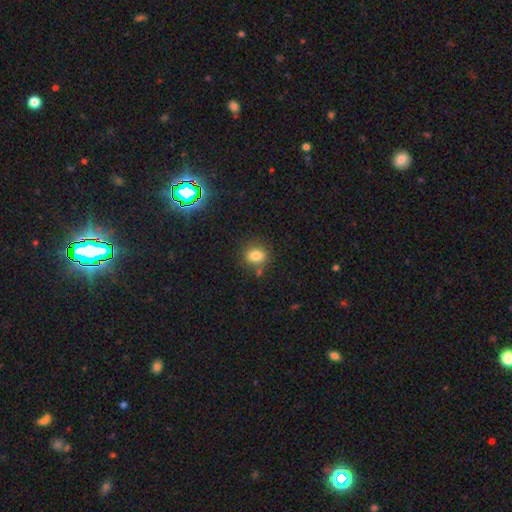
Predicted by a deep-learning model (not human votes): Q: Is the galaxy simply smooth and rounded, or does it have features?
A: smooth — 80%.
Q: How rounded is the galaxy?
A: round — 53%.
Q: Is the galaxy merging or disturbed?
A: none — 77%.